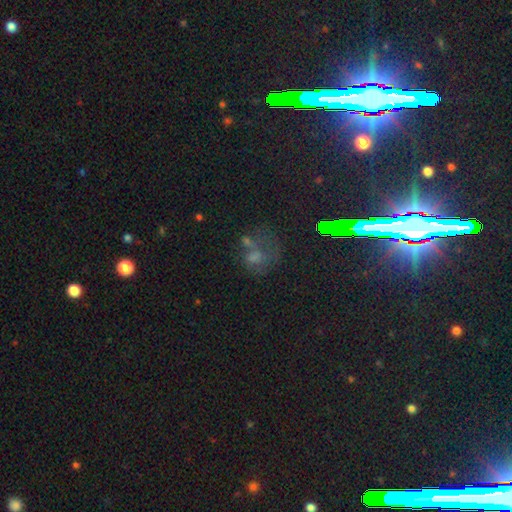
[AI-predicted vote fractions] This is marginally a smooth galaxy (43%). Merging: marginally none (31%, tied with major disturbance).